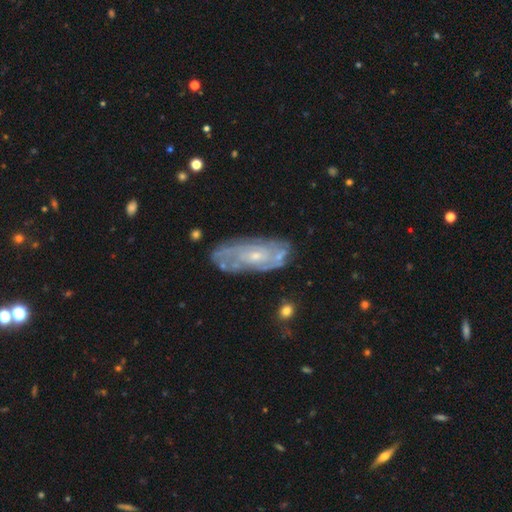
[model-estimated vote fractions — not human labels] Overall: featured or disk (72%). Edge-on disk: no (88%). Bar: no (74%). Spiral arms: yes (75%). Bulge size: small (71%). Merging: none (70%).